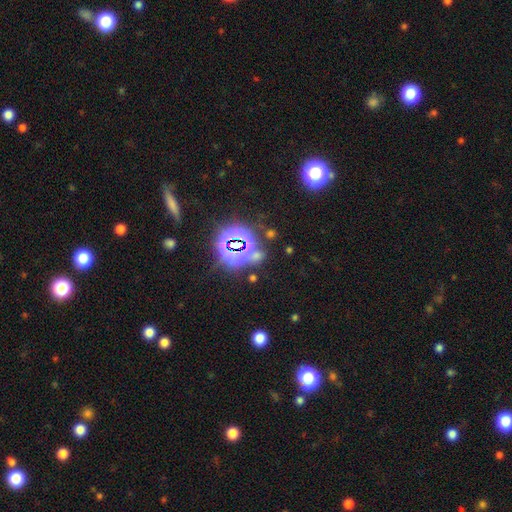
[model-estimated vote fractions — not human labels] Overall: star or artifact (67%).